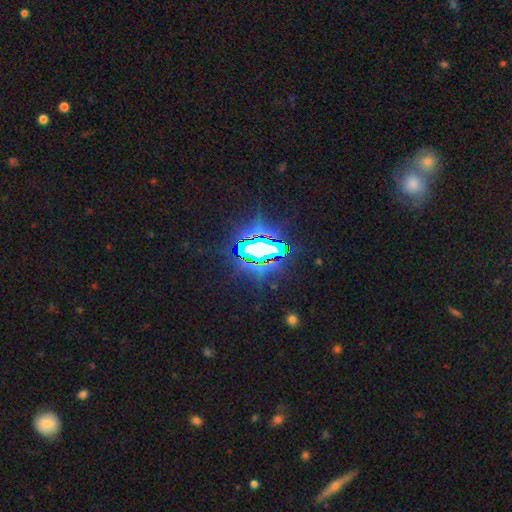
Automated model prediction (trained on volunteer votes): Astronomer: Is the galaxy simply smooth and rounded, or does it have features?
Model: star or artifact — 74%.